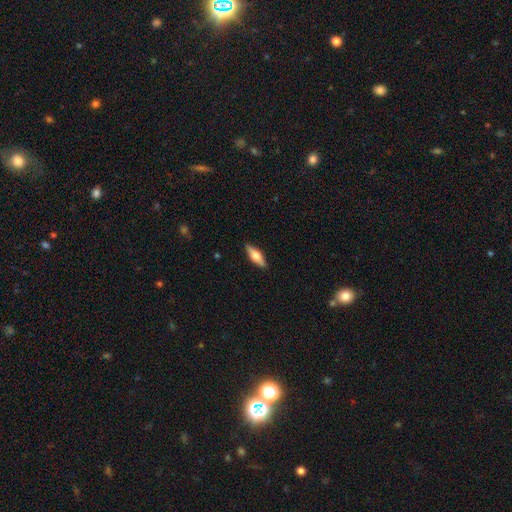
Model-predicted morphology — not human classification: type=smooth (49%); merging=none (89%).